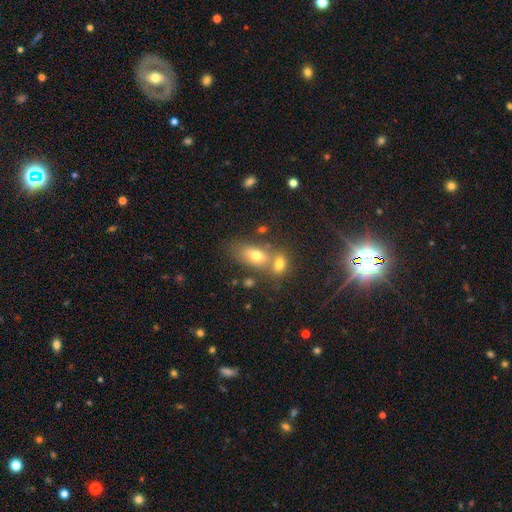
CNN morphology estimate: Overall: smooth (63%). How rounded: in between (84%). Merging: none (43%; merger 42%).